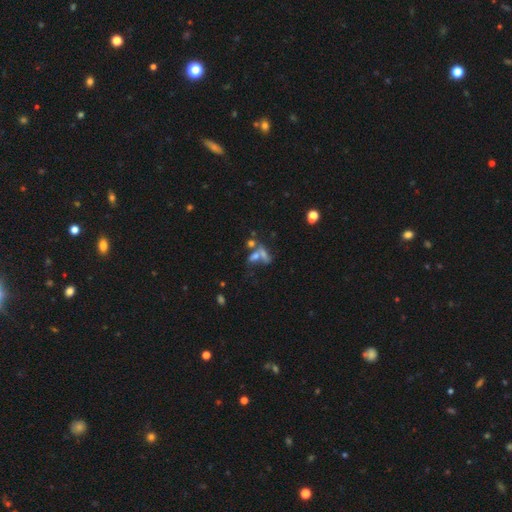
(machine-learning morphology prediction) A smooth galaxy with no disk features (51%) that is in between round and cigar-shaped (57%).

Vote fractions:
- Smooth or featured? smooth: 51% / featured or disk: 30% / star or artifact: 19%
- How rounded? in between: 57% / cigar-shaped: 28% / round: 15%
- Merging? merger: 47% / none: 30% / major disturbance: 12% / minor disturbance: 11%